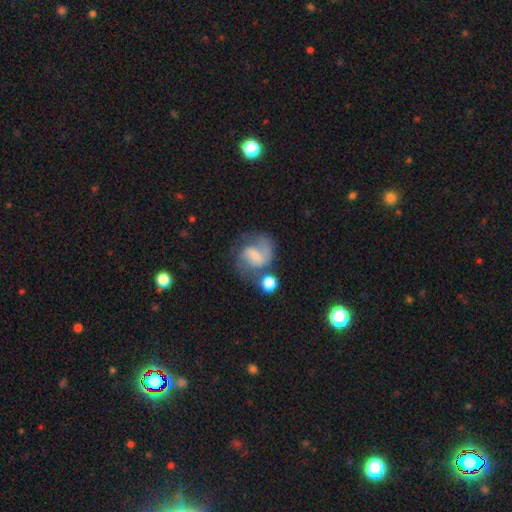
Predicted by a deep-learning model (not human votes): Morphology: type=featured or disk (71%); edge-on=no (98%); bar=weak (54%); spiral arms=yes (91%); winding=medium (50%); arm count=2 (75%); bulge=small (59%); merging=none (49%).